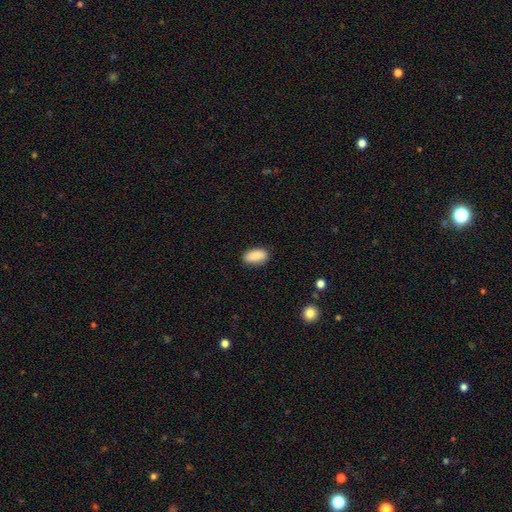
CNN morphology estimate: A smooth galaxy with no disk features (89%) that is in between round and cigar-shaped (93%).

Vote fractions:
- Smooth or featured? smooth: 89% / star or artifact: 7% / featured or disk: 4%
- How rounded? in between: 93% / cigar-shaped: 4% / round: 3%
- Merging? none: 84% / minor disturbance: 12% / major disturbance: 2% / merger: 1%